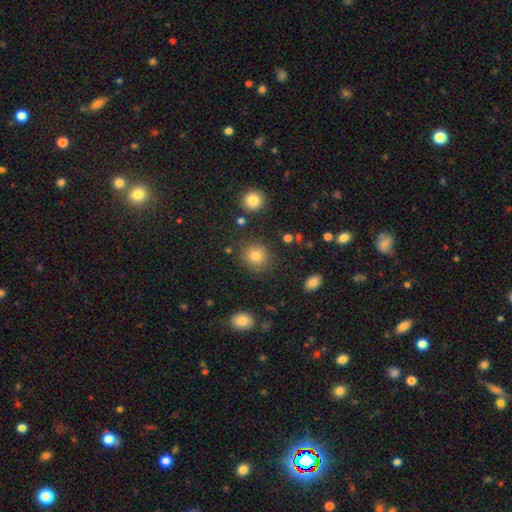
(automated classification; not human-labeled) smooth 79%, star or artifact 14%, featured or disk 7%. Down the decision tree: how rounded — round (87%); merging — none (86%).